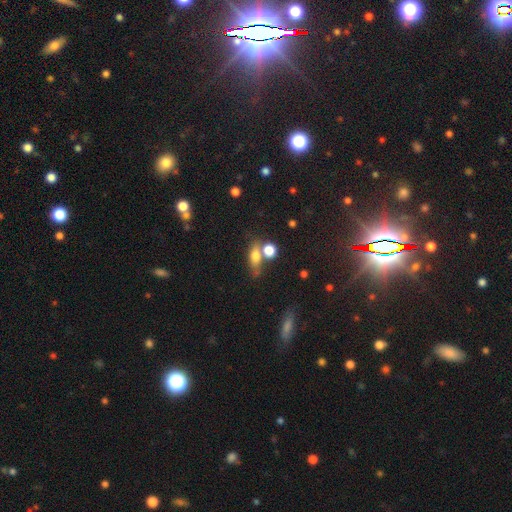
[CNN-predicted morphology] This is likely a smooth galaxy (69%). How rounded: likely in between (61%). Merging: possibly none (53%).